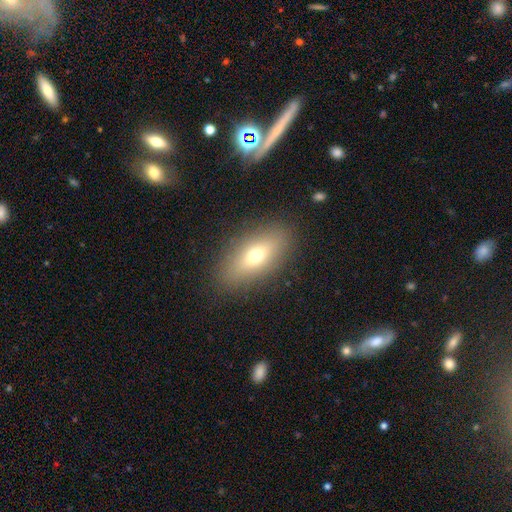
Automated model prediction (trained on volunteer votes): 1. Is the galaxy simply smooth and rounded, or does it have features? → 65% smooth, 25% featured or disk, 10% star or artifact.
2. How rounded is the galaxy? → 79% in between, 15% cigar-shaped, 6% round.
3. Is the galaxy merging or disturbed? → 86% none, 9% minor disturbance, 3% major disturbance, 1% merger.